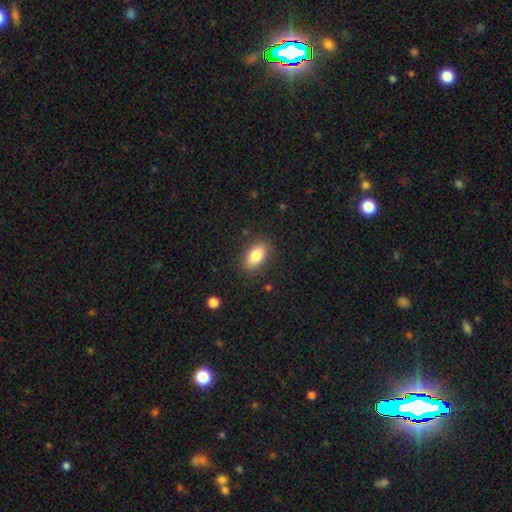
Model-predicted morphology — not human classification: A smooth galaxy with no disk features (83%) that is in between round and cigar-shaped (89%). Merging: none (86%).